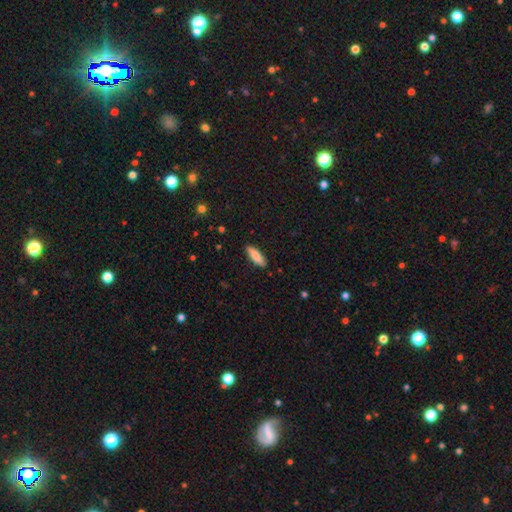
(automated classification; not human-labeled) A smooth galaxy with no disk features (84%) that is in between round and cigar-shaped (50%).

Vote fractions:
- Smooth or featured? smooth: 84% / featured or disk: 10% / star or artifact: 6%
- How rounded? in between: 50% / cigar-shaped: 49% / round: 2%
- Merging? none: 88% / minor disturbance: 9% / major disturbance: 2% / merger: 1%